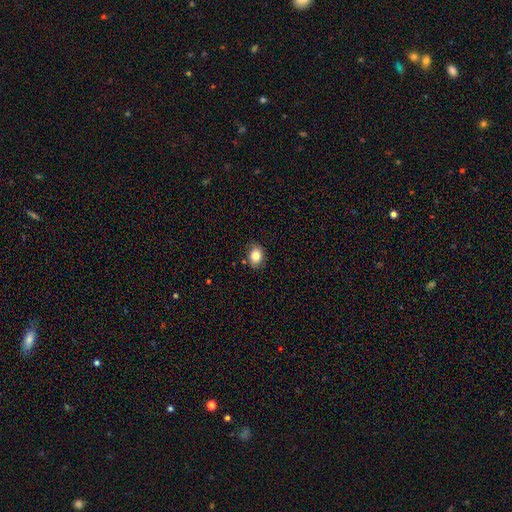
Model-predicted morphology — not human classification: smooth-or-featured: smooth: 81% | featured or disk: 10% | star or artifact: 9%
  how-rounded: in between: 62% | round: 37% | cigar-shaped: 1%
  merging: none: 83% | minor disturbance: 13% | major disturbance: 3% | merger: 2%